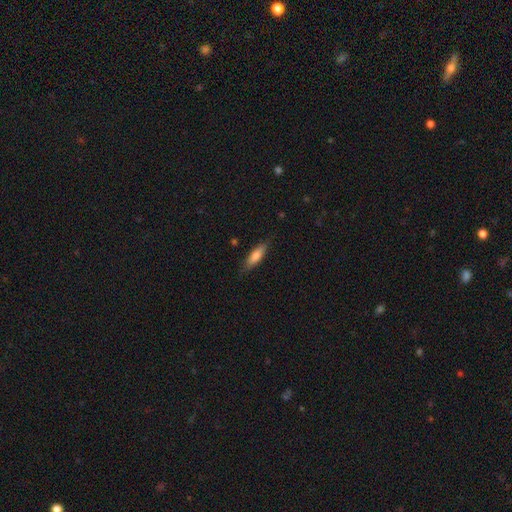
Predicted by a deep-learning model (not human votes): Smooth or featured? Predicted: smooth (p=0.72). How rounded? Predicted: cigar-shaped (p=0.56). Merging? Predicted: none (p=0.81).